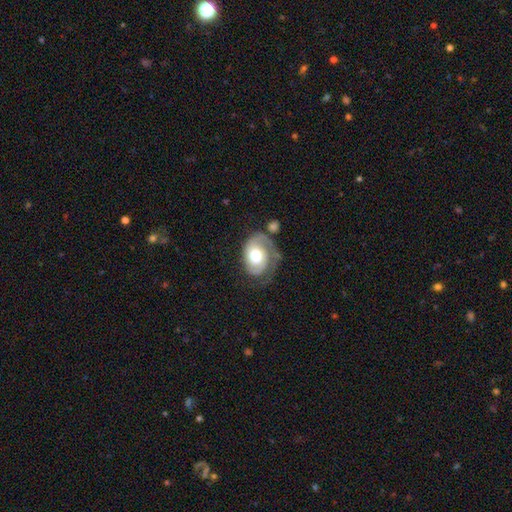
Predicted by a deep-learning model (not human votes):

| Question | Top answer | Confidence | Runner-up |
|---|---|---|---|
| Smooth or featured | featured or disk | 70% | smooth (24%) |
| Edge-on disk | no | 97% | yes (3%) |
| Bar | no | 77% | weak (19%) |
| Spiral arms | yes | 89% | no (11%) |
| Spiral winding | tight | 53% | medium (32%) |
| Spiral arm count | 1 | 48% | 2 (37%) |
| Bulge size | moderate | 56% | large (33%) |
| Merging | none | 45% | minor disturbance (26%) |